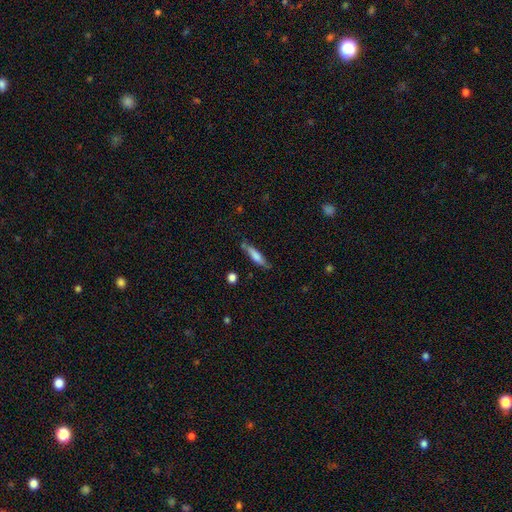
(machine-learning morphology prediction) Q: Smooth or featured?
A: smooth (65%); runner-up: featured or disk (28%)
Q: How rounded?
A: cigar-shaped (78%); runner-up: in between (20%)
Q: Merging?
A: none (70%); runner-up: minor disturbance (20%)